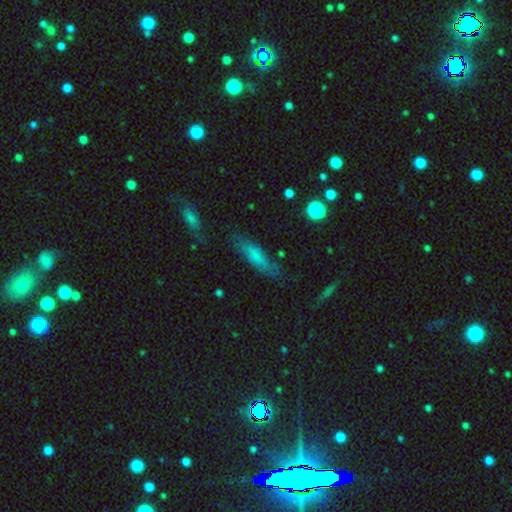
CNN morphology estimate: smooth-or-featured: smooth: 67% | featured or disk: 25% | star or artifact: 9%
  how-rounded: cigar-shaped: 60% | in between: 38% | round: 2%
  merging: none: 72% | minor disturbance: 20% | major disturbance: 5% | merger: 3%